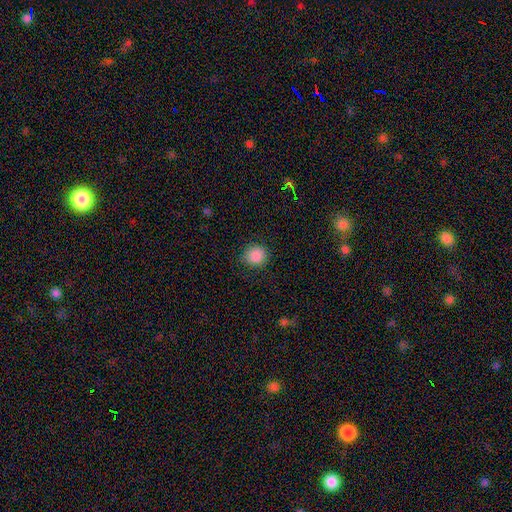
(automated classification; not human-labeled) A smooth galaxy with no disk features (87%) that is round (84%). Merging: none (84%).